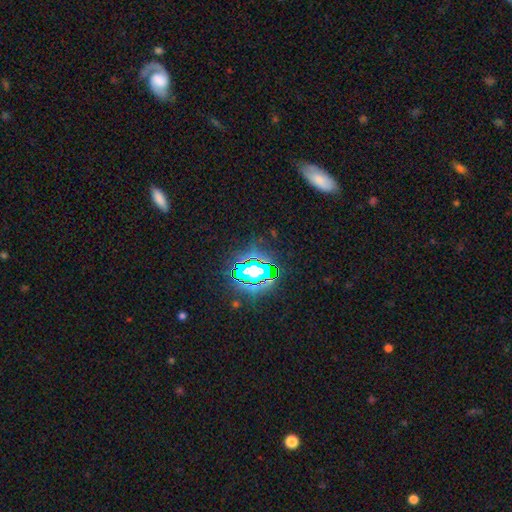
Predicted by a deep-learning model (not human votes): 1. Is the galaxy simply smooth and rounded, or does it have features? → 75% star or artifact, 15% smooth, 10% featured or disk.